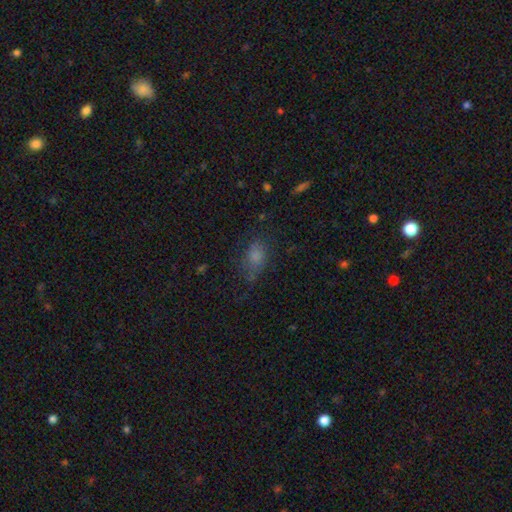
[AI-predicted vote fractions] Morphology: type=smooth (77%); roundness=in between (82%); merging=none (56%).